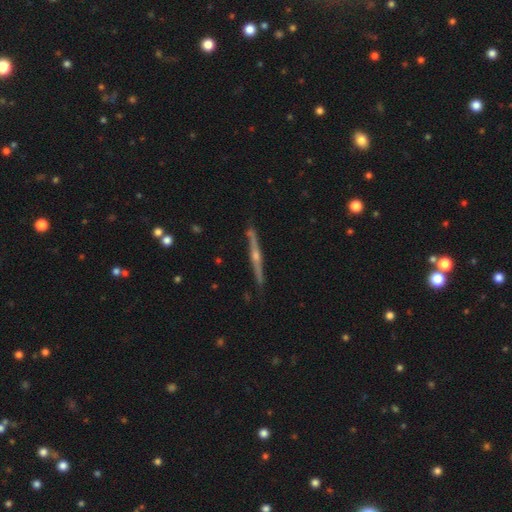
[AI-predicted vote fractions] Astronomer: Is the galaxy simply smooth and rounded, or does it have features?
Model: featured or disk — 75%.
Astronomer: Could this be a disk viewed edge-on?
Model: yes — 97%.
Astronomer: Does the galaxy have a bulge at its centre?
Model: rounded — 83%.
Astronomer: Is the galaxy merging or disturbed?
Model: none — 87%.